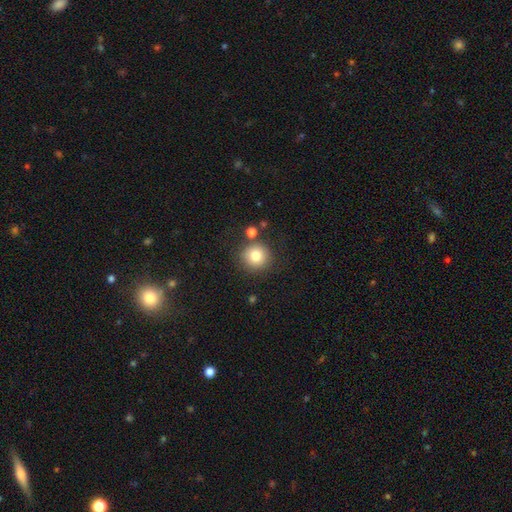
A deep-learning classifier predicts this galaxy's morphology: A smooth galaxy with no disk features (79%) that is round (93%). Merging: none (80%).